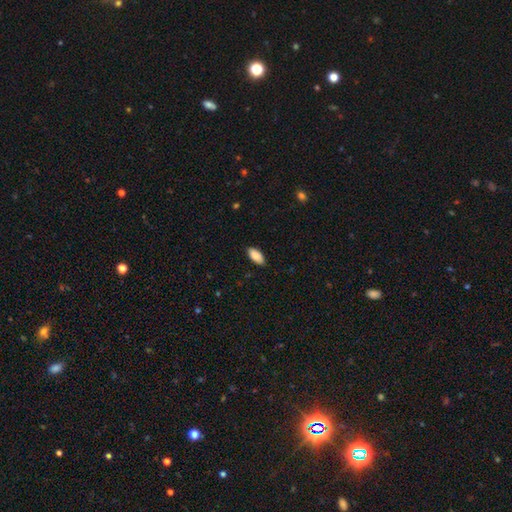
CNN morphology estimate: Smooth or featured? Predicted: smooth (p=0.89). How rounded? Predicted: in between (p=0.91). Merging? Predicted: none (p=0.87).